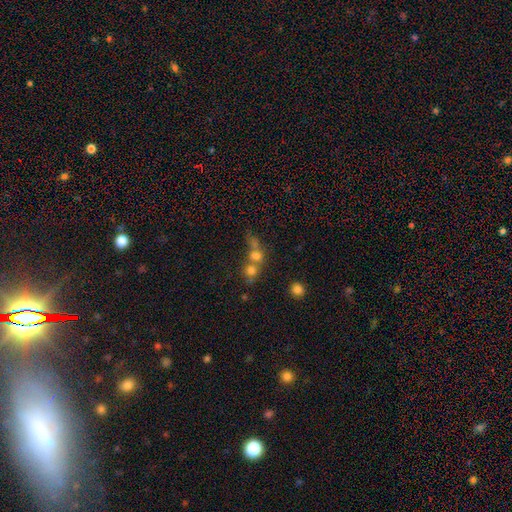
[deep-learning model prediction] Morphology: type=smooth (55%); roundness=round (74%); merging=merger (58%).